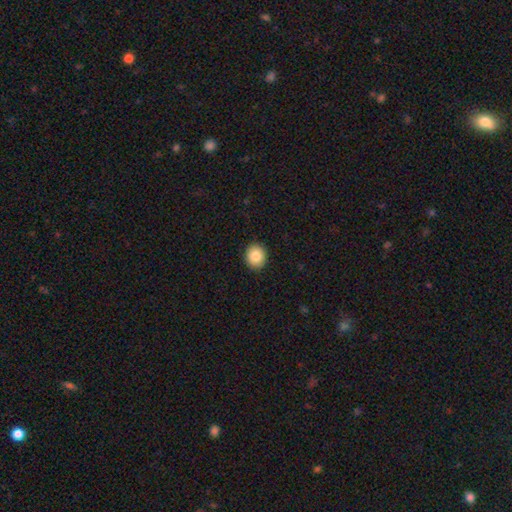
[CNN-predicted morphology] A smooth galaxy with no disk features (85%) that is round (74%).

Vote fractions:
- Smooth or featured? smooth: 85% / star or artifact: 8% / featured or disk: 6%
- How rounded? round: 74% / in between: 25% / cigar-shaped: 1%
- Merging? none: 92% / minor disturbance: 6% / major disturbance: 2% / merger: 1%